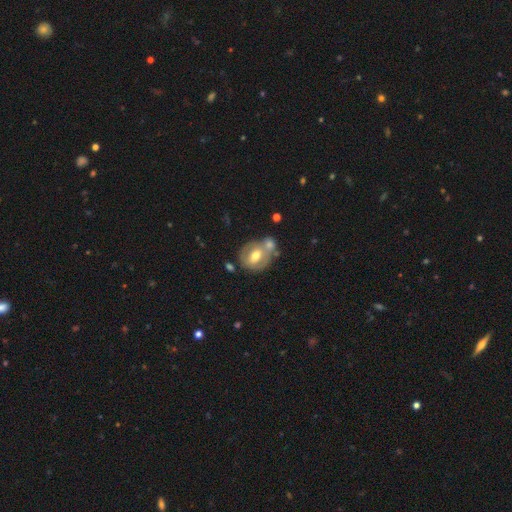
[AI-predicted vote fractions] Smooth or featured?
  - featured or disk: 50% *
  - smooth: 43%
  - star or artifact: 7%
Edge-on disk?
  - no: 94% *
  - yes: 6%
Merging?
  - none: 45% *
  - merger: 34%
  - minor disturbance: 15%
  - major disturbance: 6%